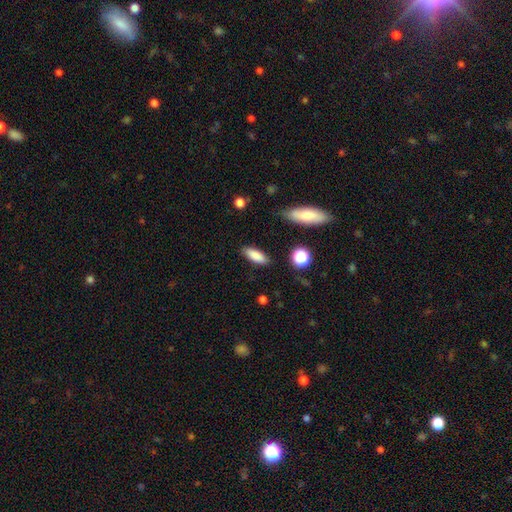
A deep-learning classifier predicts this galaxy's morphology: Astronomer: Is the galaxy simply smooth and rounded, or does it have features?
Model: smooth — 85%.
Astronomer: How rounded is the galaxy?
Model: in between — 72%.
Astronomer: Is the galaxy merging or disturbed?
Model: none — 84%.